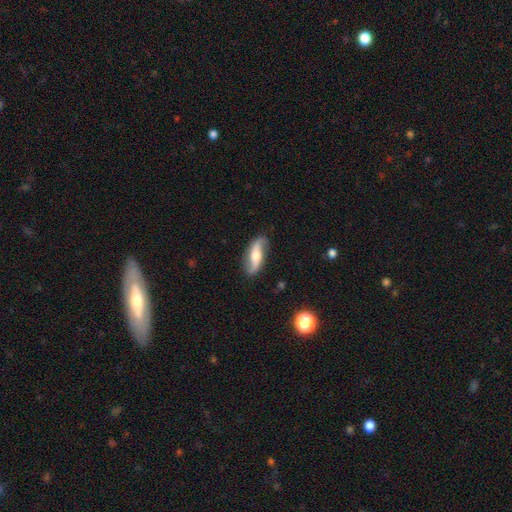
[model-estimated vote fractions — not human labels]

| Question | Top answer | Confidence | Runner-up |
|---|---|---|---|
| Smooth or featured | featured or disk | 69% | smooth (25%) |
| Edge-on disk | no | 83% | yes (17%) |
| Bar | no | 42% | strong (29%) |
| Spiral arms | yes | 90% | no (10%) |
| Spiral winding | loose | 75% | medium (17%) |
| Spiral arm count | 2 | 91% | can't tell (3%) |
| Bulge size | moderate | 66% | small (19%) |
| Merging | none | 82% | minor disturbance (13%) |